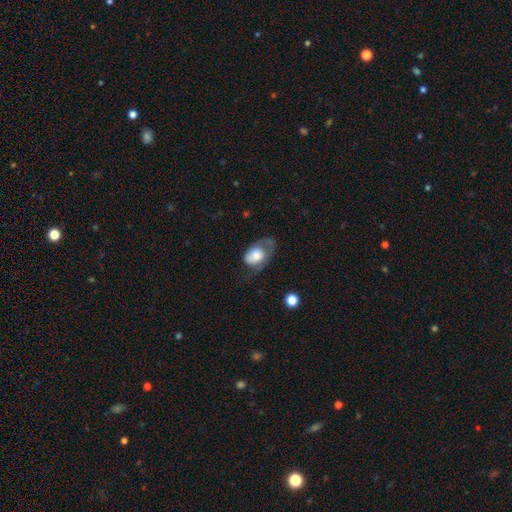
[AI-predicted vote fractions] Morphology: type=smooth (55%); roundness=in between (85%); merging=major disturbance (37%).